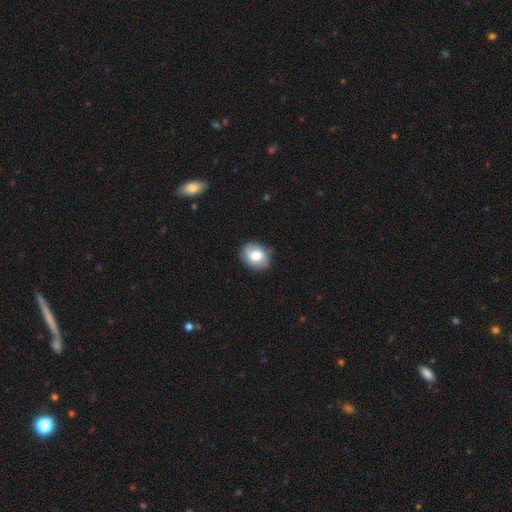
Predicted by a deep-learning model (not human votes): Smooth or featured? Predicted: smooth (p=0.74). How rounded? Predicted: in between (p=0.53). Merging? Predicted: none (p=0.81).